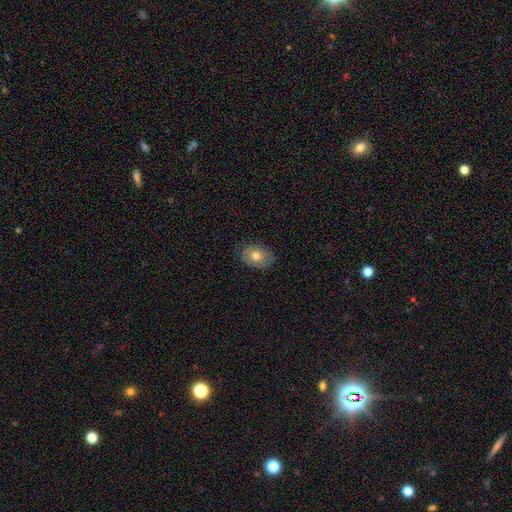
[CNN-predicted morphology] smooth 72%, featured or disk 20%, star or artifact 8%. Down the decision tree: how rounded — in between (76%); merging — none (82%).